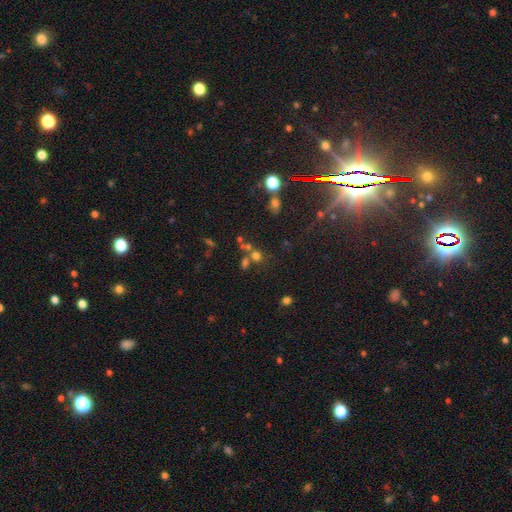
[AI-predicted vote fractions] Q: Smooth or featured?
A: smooth (61%); runner-up: star or artifact (27%)
Q: How rounded?
A: round (78%); runner-up: in between (21%)
Q: Merging?
A: none (54%); runner-up: merger (31%)